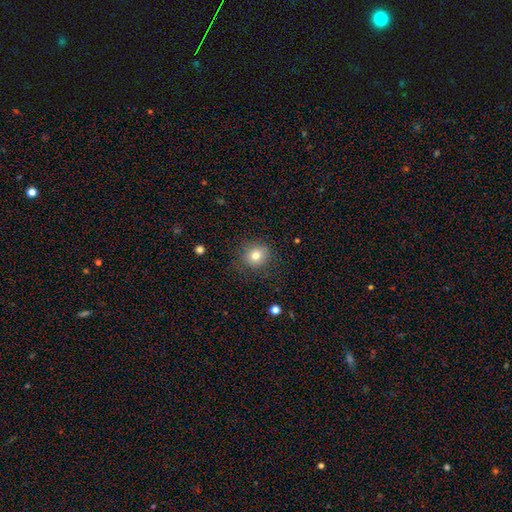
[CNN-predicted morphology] smooth_or_featured: smooth (p=0.78) [alt: star or artifact p=0.12]
how_rounded: round (p=0.86) [alt: in between p=0.13]
merging: none (p=0.83) [alt: minor disturbance p=0.12]